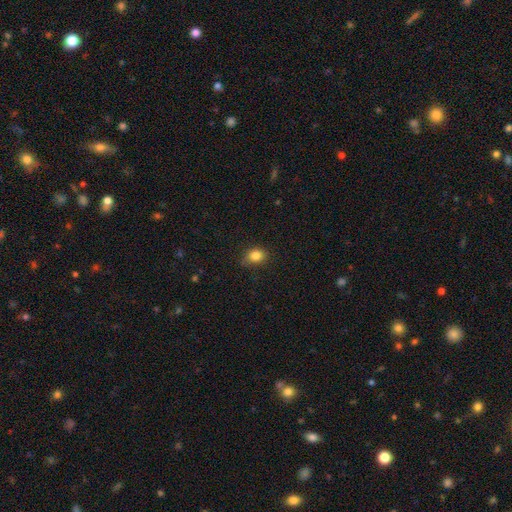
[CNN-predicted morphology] smooth-or-featured: smooth: 83% | star or artifact: 11% | featured or disk: 6%
  how-rounded: in between: 51% | round: 48% | cigar-shaped: 1%
  merging: none: 76% | minor disturbance: 19% | major disturbance: 4% | merger: 1%